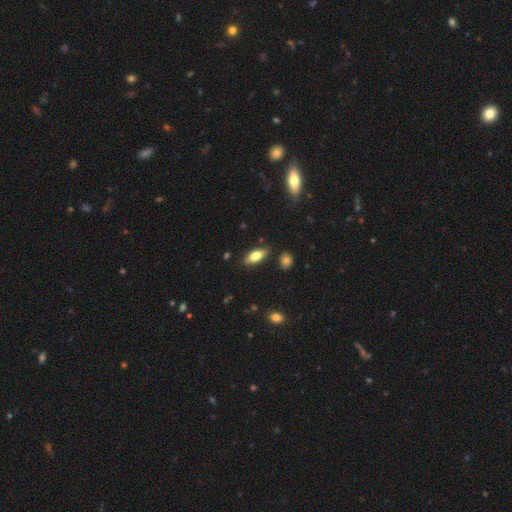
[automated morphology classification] Smooth or featured? Predicted: smooth (p=0.72). How rounded? Predicted: in between (p=0.78). Merging? Predicted: none (p=0.84).